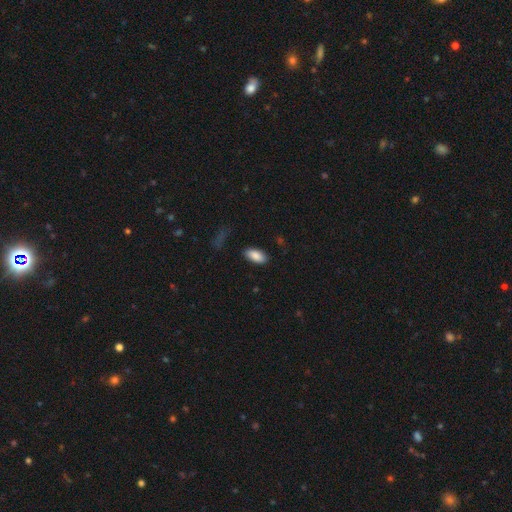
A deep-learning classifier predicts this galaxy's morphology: This appears to be a smooth galaxy with no disk features (87%) that is in between round and cigar-shaped (92%). Merging: none (85%).